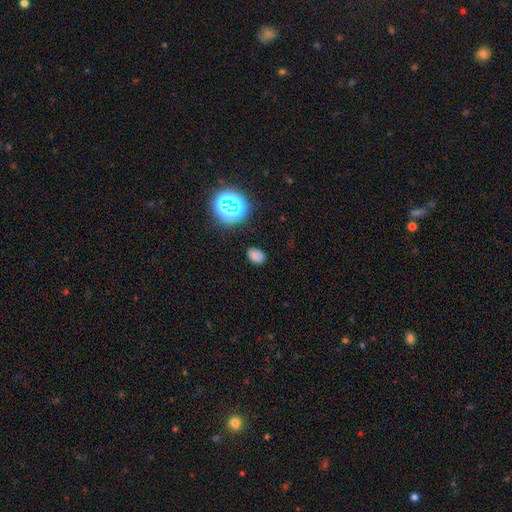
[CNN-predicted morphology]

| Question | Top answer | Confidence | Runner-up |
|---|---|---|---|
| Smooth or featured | smooth | 71% | star or artifact (22%) |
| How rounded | in between | 80% | round (19%) |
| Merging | none | 81% | minor disturbance (14%) |